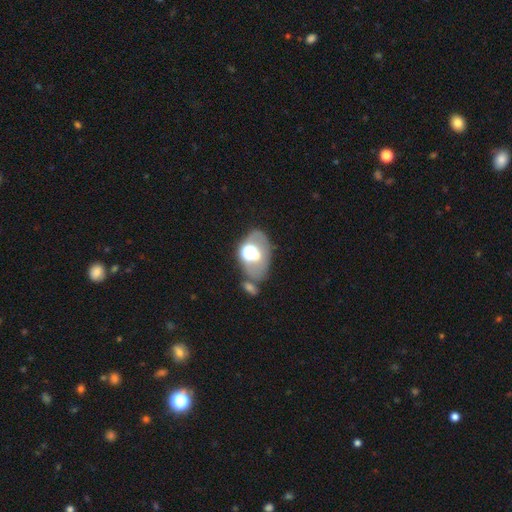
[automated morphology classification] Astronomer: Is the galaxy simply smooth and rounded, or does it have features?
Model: smooth — 46% (runner-up: featured or disk, 35%).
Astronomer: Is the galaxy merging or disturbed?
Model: none — 47%.